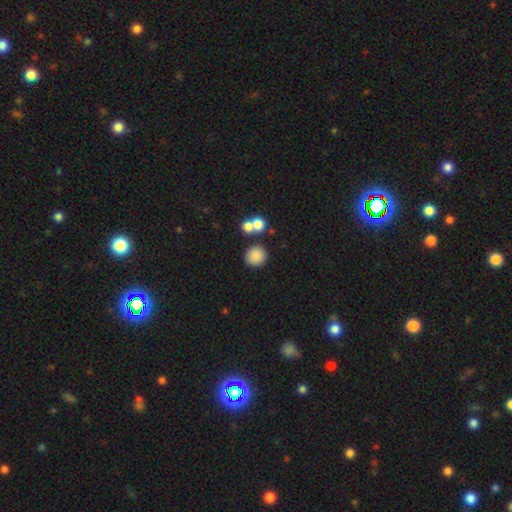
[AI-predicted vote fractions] smooth 84%, star or artifact 10%, featured or disk 6%. Down the decision tree: how rounded — round (90%); merging — none (74%).